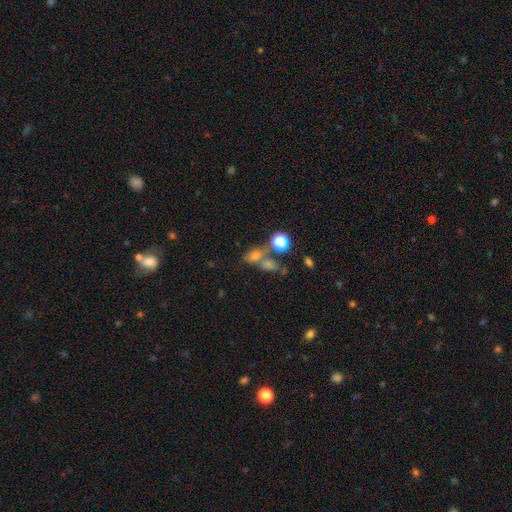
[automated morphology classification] This appears to be a smooth galaxy with no disk features (62%) that is in between round and cigar-shaped (58%). Merging: merger (40%).